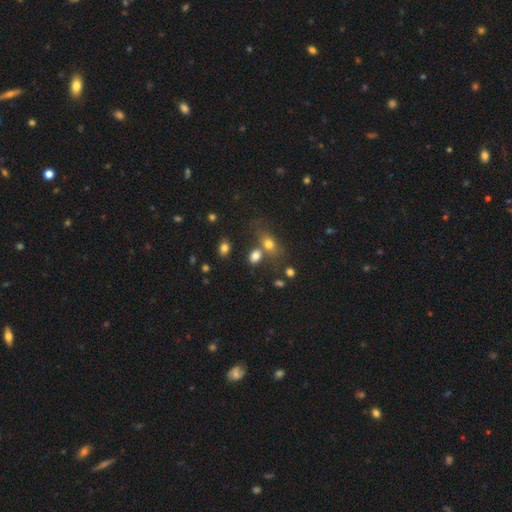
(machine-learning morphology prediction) smooth-or-featured: smooth: 77% | star or artifact: 14% | featured or disk: 9%
  how-rounded: in between: 65% | round: 33% | cigar-shaped: 2%
  merging: none: 51% | merger: 31% | minor disturbance: 12% | major disturbance: 6%